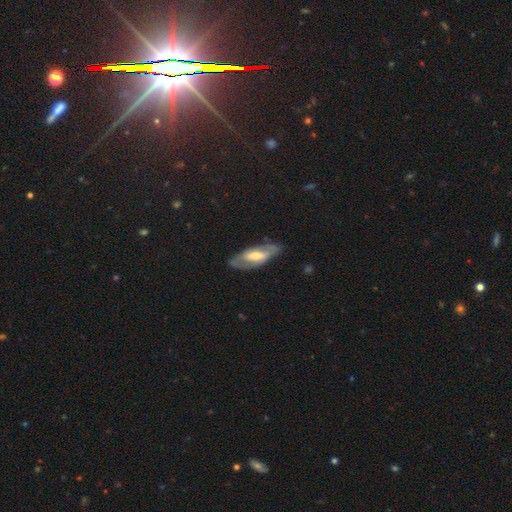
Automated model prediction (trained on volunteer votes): This appears to be a featured or disk galaxy (67%) with a weak bar (38%), spiral arms (57%) and a moderate central bulge (60%). Merging: none (76%).